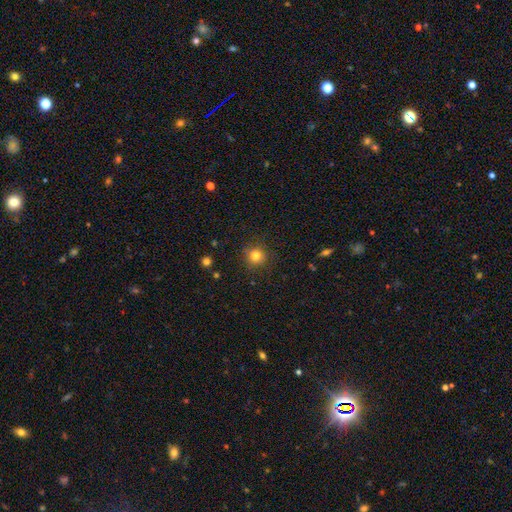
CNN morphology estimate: smooth 81%, star or artifact 13%, featured or disk 6%. Down the decision tree: how rounded — round (94%); merging — none (89%).